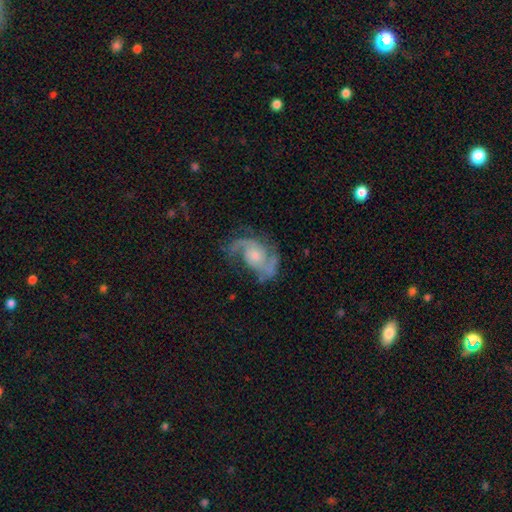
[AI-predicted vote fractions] A featured or disk galaxy (87%) with no bar (69%), 2 (86%) medium (52%) spiral arms (96%) and a small central bulge (47%). Merging: none (64%).